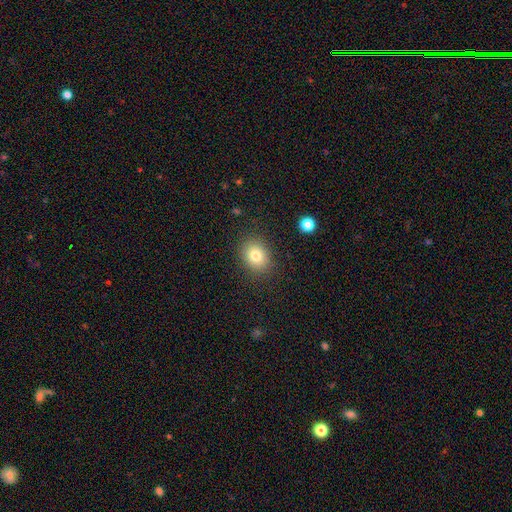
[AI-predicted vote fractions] smooth-or-featured: smooth: 80% | star or artifact: 11% | featured or disk: 9%
  how-rounded: round: 52% | in between: 47% | cigar-shaped: 1%
  merging: none: 86% | minor disturbance: 9% | major disturbance: 3% | merger: 1%